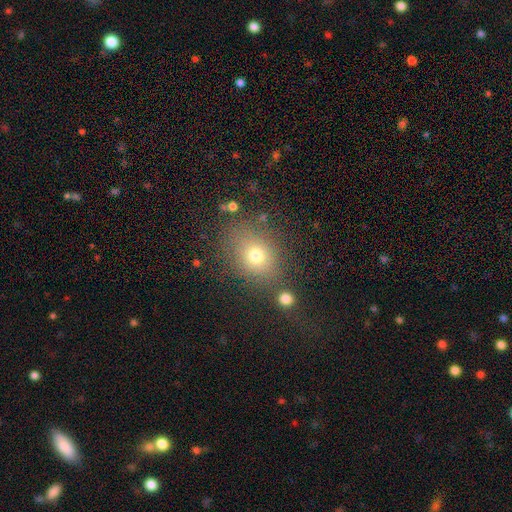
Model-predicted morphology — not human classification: Smooth or featured? Predicted: smooth (p=0.71). How rounded? Predicted: round (p=0.52). Merging? Predicted: none (p=0.71).